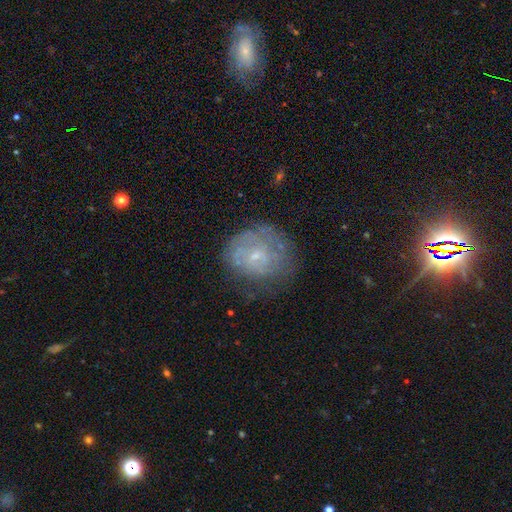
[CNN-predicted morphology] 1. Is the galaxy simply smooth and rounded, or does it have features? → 55% featured or disk, 34% smooth, 11% star or artifact.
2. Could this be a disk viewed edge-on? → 97% no, 3% yes.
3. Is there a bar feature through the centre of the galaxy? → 71% no, 25% weak, 4% strong.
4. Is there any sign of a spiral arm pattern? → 55% yes, 45% no.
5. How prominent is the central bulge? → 75% small, 17% moderate, 7% none, 1% large, 1% dominant.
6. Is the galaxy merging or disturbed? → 58% none, 24% minor disturbance, 16% major disturbance, 2% merger.